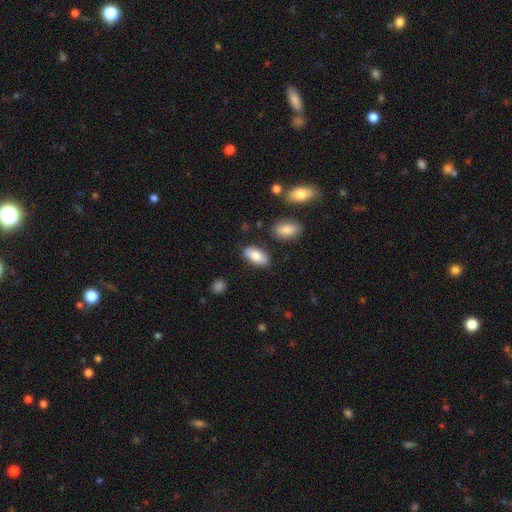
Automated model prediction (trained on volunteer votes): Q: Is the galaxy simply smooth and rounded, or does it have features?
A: smooth — 82%.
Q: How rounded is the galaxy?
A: in between — 90%.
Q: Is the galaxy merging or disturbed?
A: none — 84%.